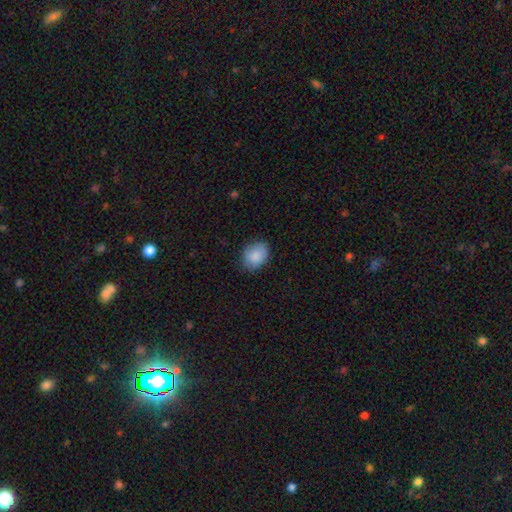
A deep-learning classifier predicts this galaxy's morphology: Smooth or featured: smooth — 87% (star or artifact — 7%)
How rounded: in between — 60% (round — 39%)
Merging: none — 78% (minor disturbance — 18%)